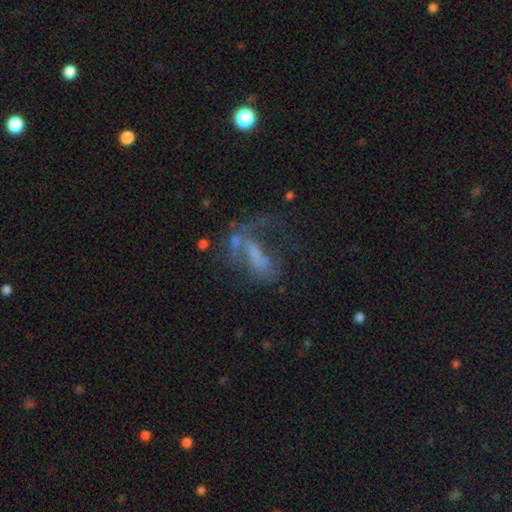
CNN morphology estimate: type=featured or disk (55%); edge-on=no (92%); bar=no (51%); spiral arms=no (60%); bulge=none (54%); merging=major disturbance (44%).